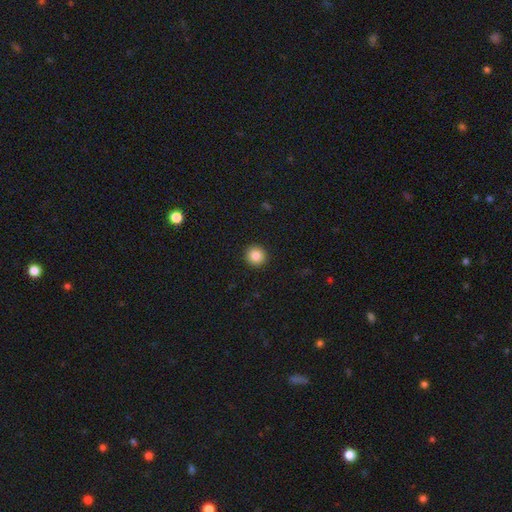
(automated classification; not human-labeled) Smooth or featured: smooth — 86% (star or artifact — 10%)
How rounded: round — 94% (in between — 5%)
Merging: none — 93% (minor disturbance — 4%)